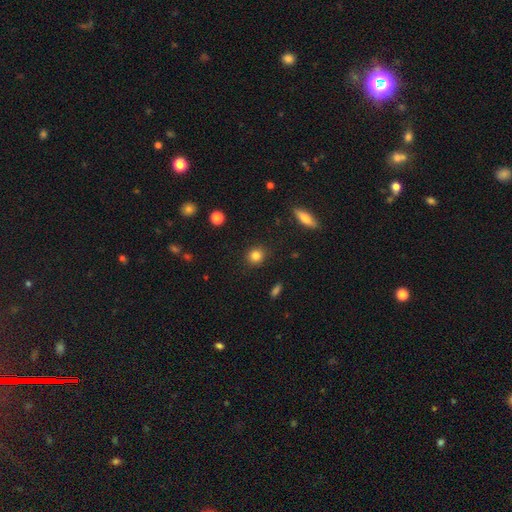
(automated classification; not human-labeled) Smooth or featured: smooth — 84% (star or artifact — 11%)
How rounded: round — 85% (in between — 14%)
Merging: none — 89% (minor disturbance — 7%)